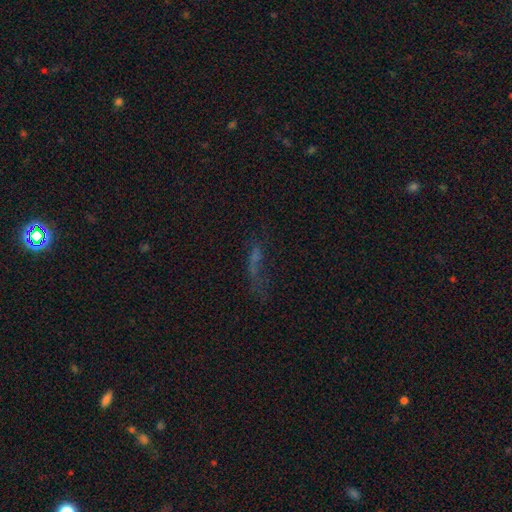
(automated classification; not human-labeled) Smooth or featured? star or artifact (44%)